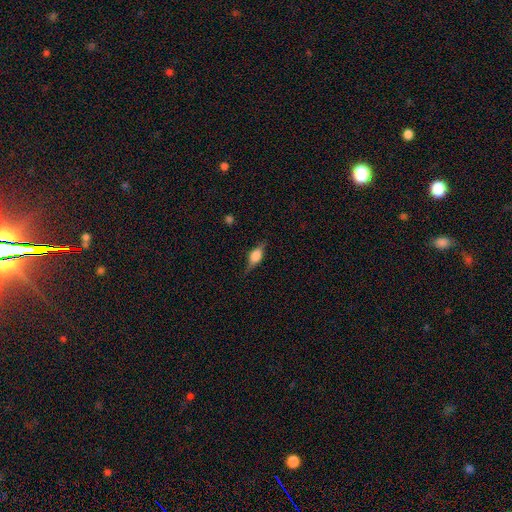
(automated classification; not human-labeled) Smooth or featured?
  - featured or disk: 58% *
  - smooth: 33%
  - star or artifact: 9%
Edge-on disk?
  - yes: 95% *
  - no: 5%
Edge-on bulge?
  - rounded: 85% *
  - boxy: 13%
  - none: 2%
Merging?
  - none: 77% *
  - minor disturbance: 17%
  - major disturbance: 5%
  - merger: 1%